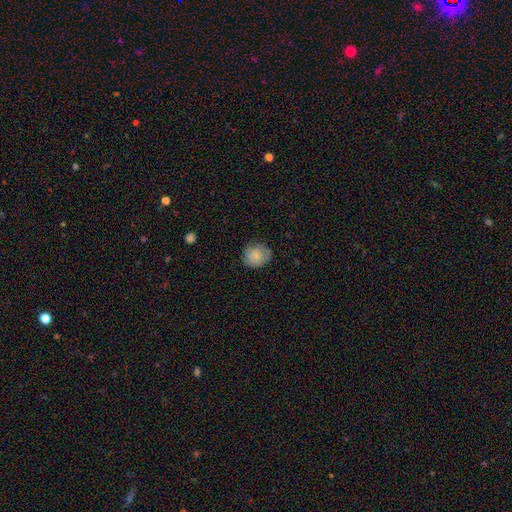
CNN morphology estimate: type=smooth (74%); roundness=round (77%); merging=none (72%).